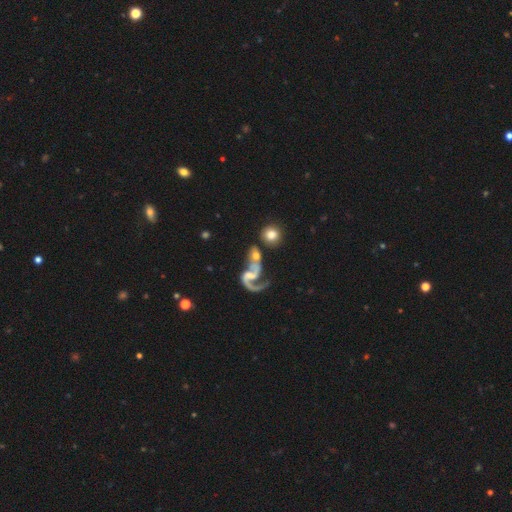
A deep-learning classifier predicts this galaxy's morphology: Smooth or featured? featured or disk (73%)
Edge-on disk? no (96%)
Bar? no (43%)
Spiral arms? yes (90%)
Spiral winding? loose (63%)
Spiral arm count? 2 (69%)
Bulge size? small (40%)
Merging? merger (42%)